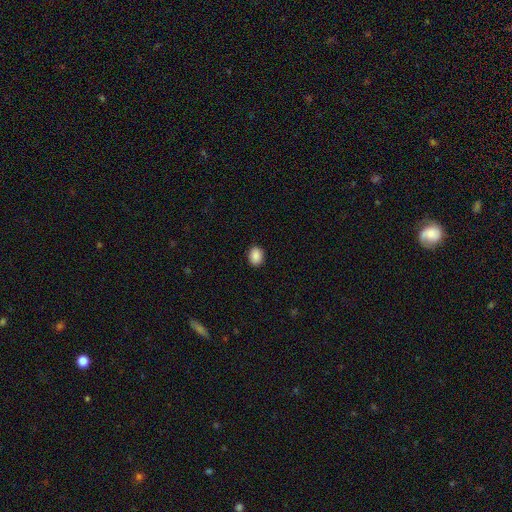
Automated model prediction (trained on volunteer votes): A smooth galaxy with no disk features (89%) that is in between round and cigar-shaped (59%).

Vote fractions:
- Smooth or featured? smooth: 89% / star or artifact: 8% / featured or disk: 3%
- How rounded? in between: 59% / round: 40% / cigar-shaped: 1%
- Merging? none: 89% / minor disturbance: 8% / major disturbance: 2% / merger: 1%